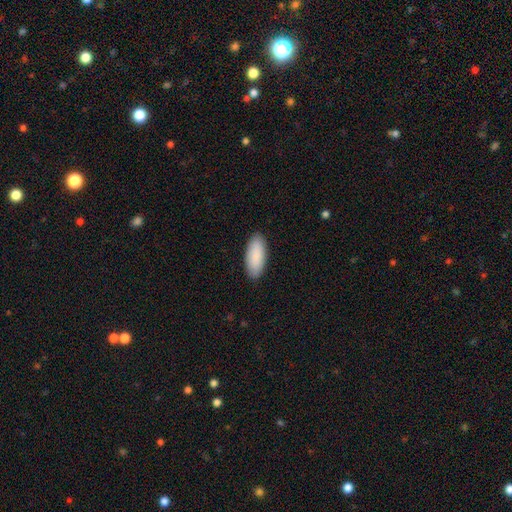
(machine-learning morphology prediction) smooth 90%, star or artifact 5%, featured or disk 5%. Down the decision tree: how rounded — in between (85%); merging — none (89%).